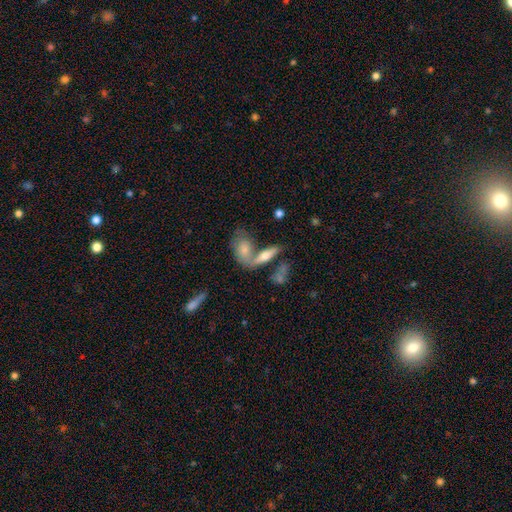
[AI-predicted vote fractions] Overall: smooth (42%, tied with featured or disk). Merging: merger (48%; none 34%).